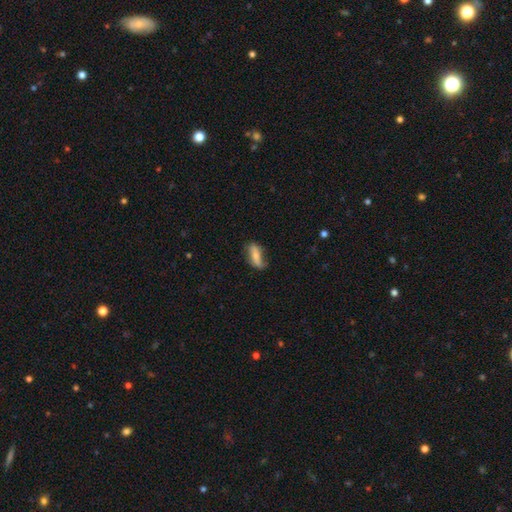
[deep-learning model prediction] Morphology: type=smooth (60%); roundness=in between (66%); merging=none (58%).